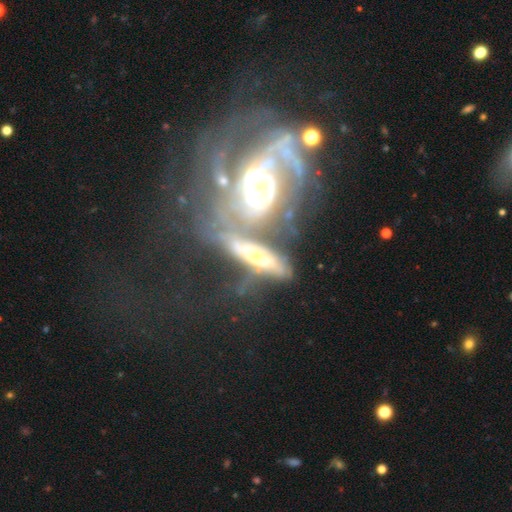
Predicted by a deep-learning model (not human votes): Morphology: type=featured or disk (71%); edge-on=no (64%); merging=merger (55%).